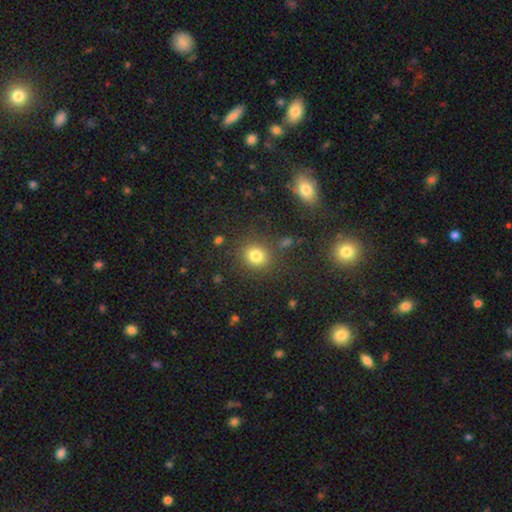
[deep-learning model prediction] Smooth or featured? smooth (79%)
How rounded? round (78%)
Merging? none (83%)